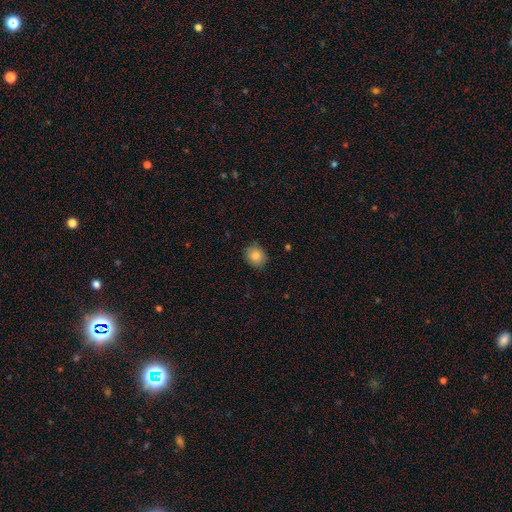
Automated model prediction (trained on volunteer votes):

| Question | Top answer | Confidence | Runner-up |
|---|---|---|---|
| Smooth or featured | smooth | 86% | star or artifact (9%) |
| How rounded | round | 71% | in between (28%) |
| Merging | none | 85% | minor disturbance (12%) |